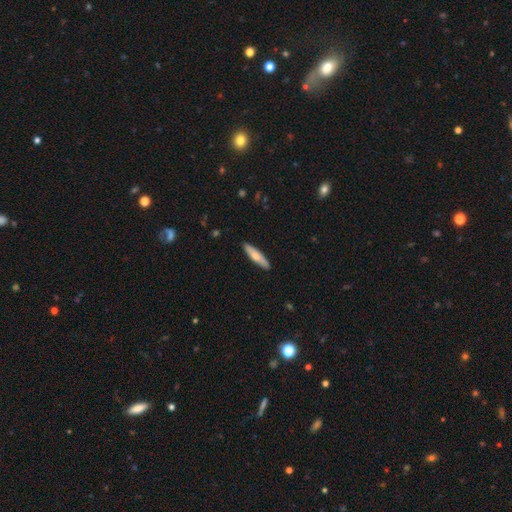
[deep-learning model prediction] Smooth or featured?
  - smooth: 65% *
  - featured or disk: 30%
  - star or artifact: 5%
How rounded?
  - cigar-shaped: 80% *
  - in between: 18%
  - round: 2%
Merging?
  - none: 90% *
  - minor disturbance: 8%
  - major disturbance: 1%
  - merger: 1%